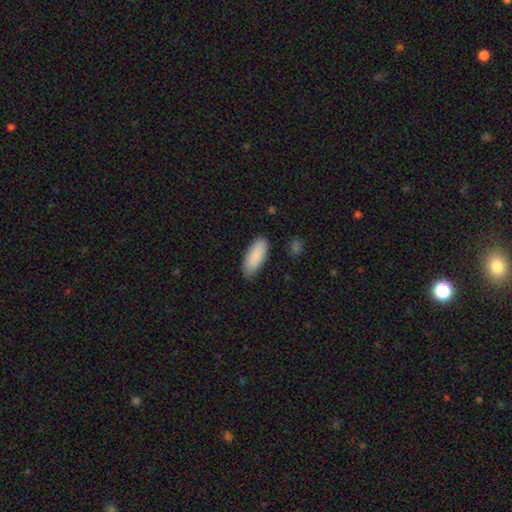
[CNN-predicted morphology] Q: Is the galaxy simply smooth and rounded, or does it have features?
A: smooth — 89%.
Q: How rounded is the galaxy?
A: in between — 81%.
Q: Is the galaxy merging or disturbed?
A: none — 83%.